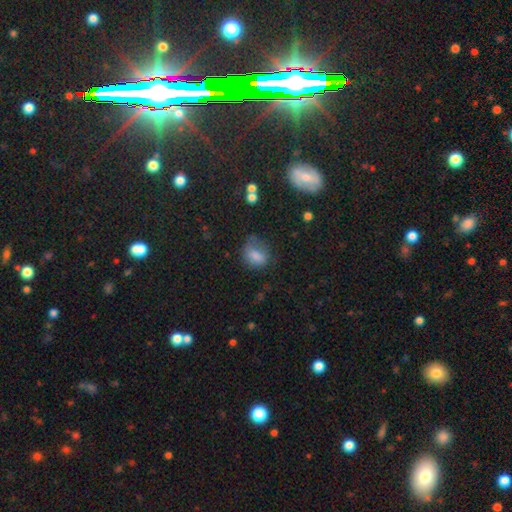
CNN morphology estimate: smooth-or-featured: smooth: 76% | featured or disk: 13% | star or artifact: 12%
  how-rounded: in between: 63% | round: 35% | cigar-shaped: 2%
  merging: none: 41% | minor disturbance: 32% | major disturbance: 24% | merger: 3%